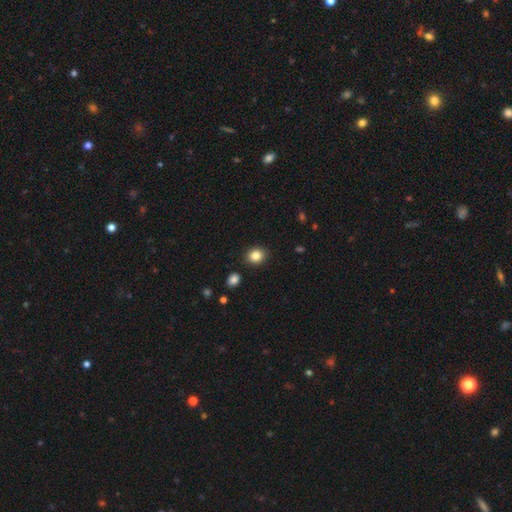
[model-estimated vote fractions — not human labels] smooth-or-featured: smooth: 85% | star or artifact: 10% | featured or disk: 5%
  how-rounded: round: 68% | in between: 31% | cigar-shaped: 1%
  merging: none: 89% | minor disturbance: 7% | merger: 2% | major disturbance: 2%